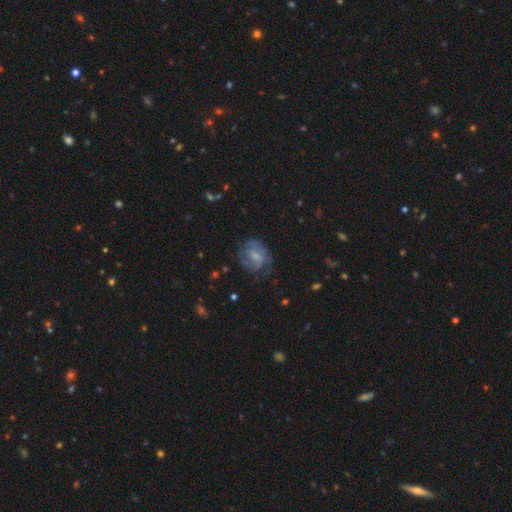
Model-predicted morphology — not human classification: A featured or disk galaxy (61%) with a weak bar (46%), spiral arms (75%) and a small central bulge (45%).

Vote fractions:
- Smooth or featured? featured or disk: 61% / smooth: 30% / star or artifact: 9%
- Edge-on disk? no: 97% / yes: 3%
- Bar? weak: 46% / no: 44% / strong: 10%
- Spiral arms? yes: 75% / no: 25%
- Bulge size? small: 45% / moderate: 36% / none: 14% / large: 4% / dominant: 1%
- Merging? none: 52% / minor disturbance: 24% / major disturbance: 22% / merger: 2%